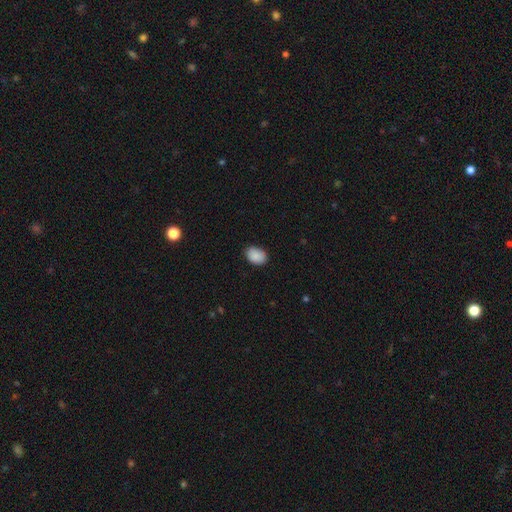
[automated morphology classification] smooth 90%, star or artifact 7%, featured or disk 3%. Down the decision tree: how rounded — in between (80%); merging — none (84%).